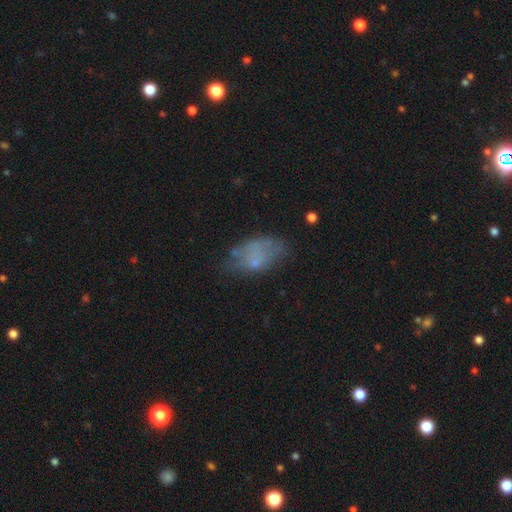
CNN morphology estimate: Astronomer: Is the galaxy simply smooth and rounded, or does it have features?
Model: smooth — 56%.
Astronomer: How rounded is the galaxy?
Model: in between — 90%.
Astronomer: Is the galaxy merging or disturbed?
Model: none — 47% (runner-up: minor disturbance, 30%).